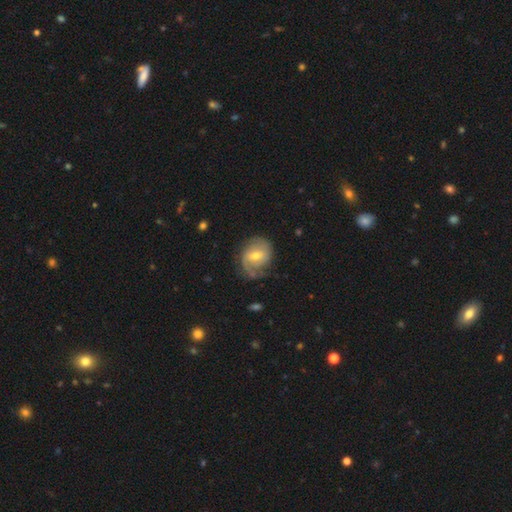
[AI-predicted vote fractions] A featured or disk galaxy (60%) with a weak bar (54%), spiral arms (80%) and a moderate central bulge (58%). Merging: none (56%).